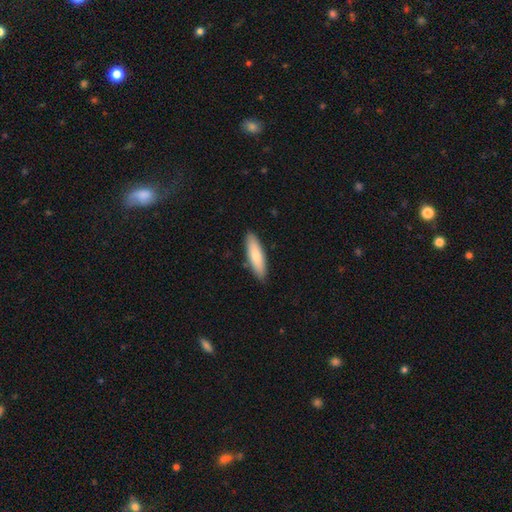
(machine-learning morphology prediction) This appears to be a smooth galaxy with no disk features (79%) that is cigar-shaped (60%). Merging: none (88%).